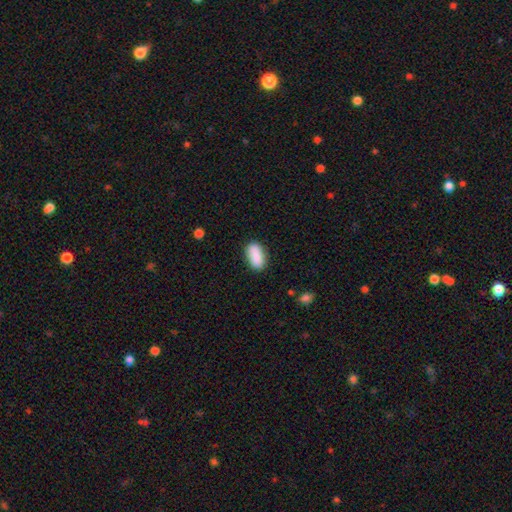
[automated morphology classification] type=smooth (87%); roundness=in between (89%); merging=none (84%).